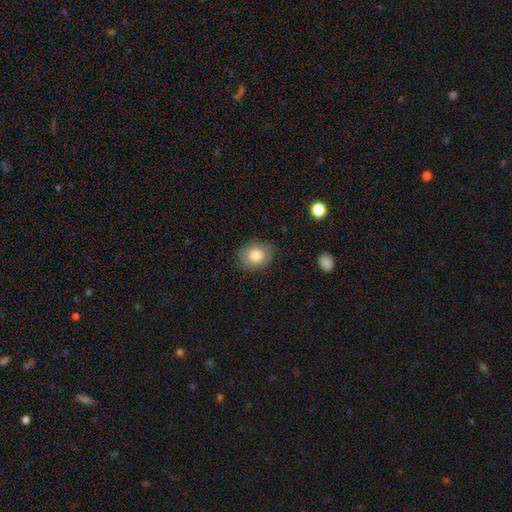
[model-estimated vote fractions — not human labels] Smooth or featured: smooth — 79% (featured or disk — 12%)
How rounded: round — 58% (in between — 41%)
Merging: none — 81% (minor disturbance — 15%)